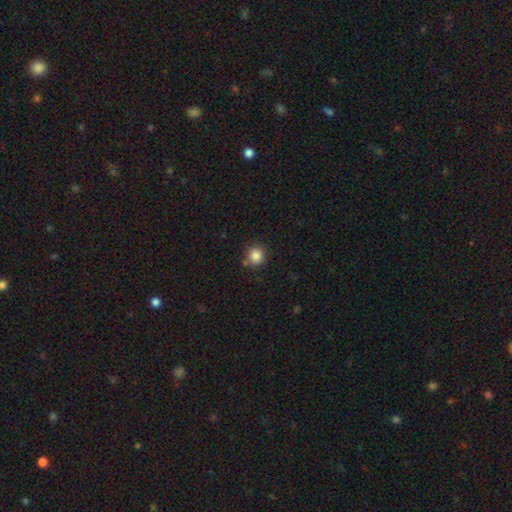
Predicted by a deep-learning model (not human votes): Overall: smooth (84%). How rounded: round (90%). Merging: none (81%).